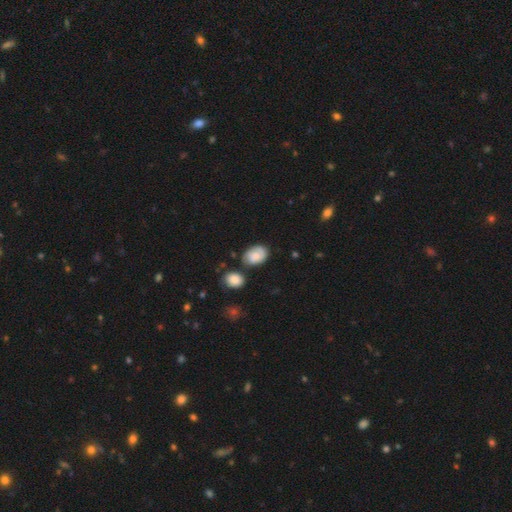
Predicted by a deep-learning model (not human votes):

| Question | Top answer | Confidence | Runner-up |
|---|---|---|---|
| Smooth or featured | smooth | 57% | featured or disk (34%) |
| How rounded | in between | 76% | round (23%) |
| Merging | none | 64% | minor disturbance (21%) |